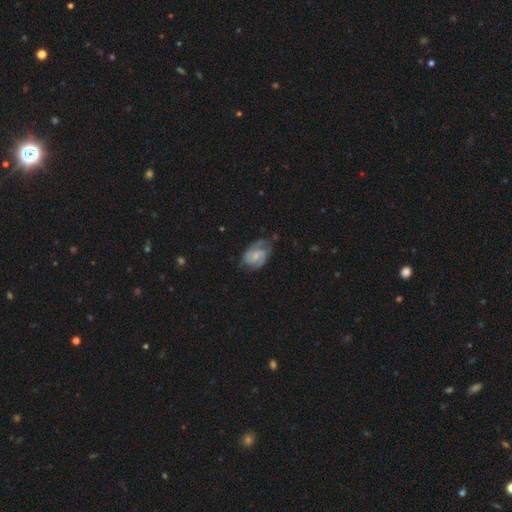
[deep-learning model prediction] Morphology: type=featured or disk (80%); edge-on=no (98%); bar=no (49%); spiral arms=yes (96%); winding=medium (48%); arm count=2 (82%); bulge=small (52%); merging=none (60%).